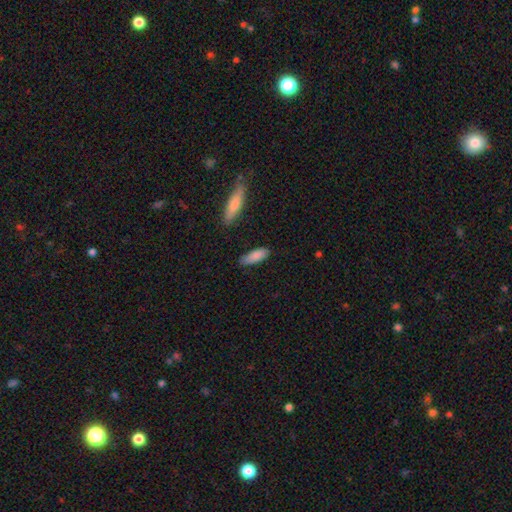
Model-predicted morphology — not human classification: Smooth or featured?
  - smooth: 85% *
  - featured or disk: 9%
  - star or artifact: 6%
How rounded?
  - in between: 59% *
  - cigar-shaped: 39%
  - round: 2%
Merging?
  - none: 80% *
  - minor disturbance: 15%
  - major disturbance: 3%
  - merger: 3%